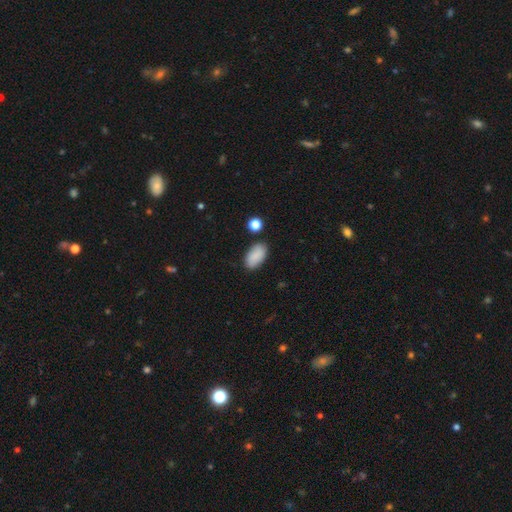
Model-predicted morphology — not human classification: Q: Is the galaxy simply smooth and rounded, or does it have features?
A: smooth — 87%.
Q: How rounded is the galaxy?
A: in between — 94%.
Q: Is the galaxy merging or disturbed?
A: none — 81%.